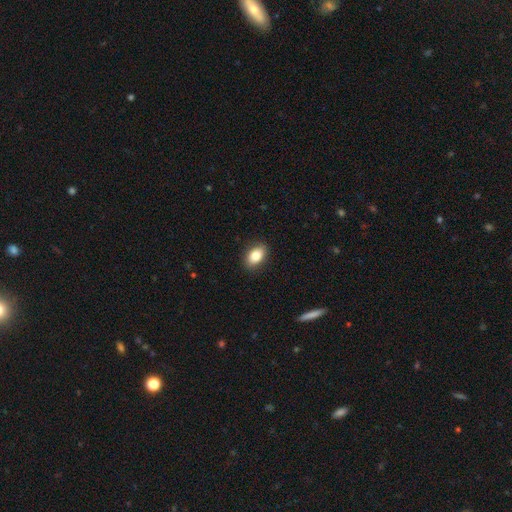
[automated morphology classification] A smooth galaxy with no disk features (84%) that is in between round and cigar-shaped (86%). Merging: none (88%).